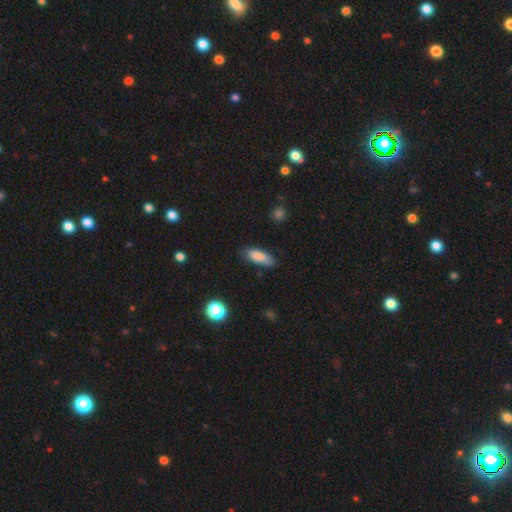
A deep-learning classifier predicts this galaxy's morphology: smooth_or_featured: smooth (p=0.79) [alt: featured or disk p=0.11]
how_rounded: in between (p=0.66) [alt: cigar-shaped p=0.31]
merging: none (p=0.74) [alt: minor disturbance p=0.20]